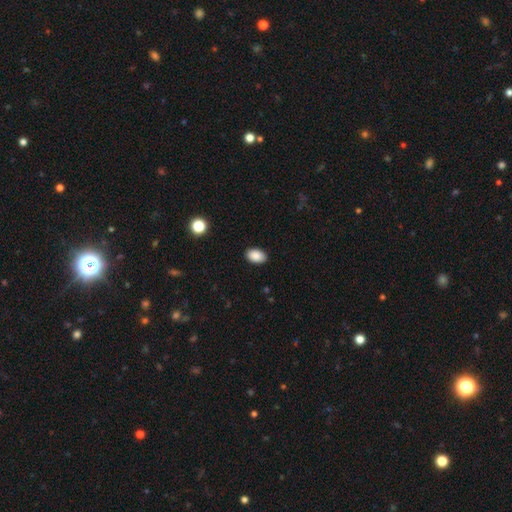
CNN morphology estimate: Q: Smooth or featured?
A: smooth (89%); runner-up: star or artifact (8%)
Q: How rounded?
A: in between (89%); runner-up: round (10%)
Q: Merging?
A: none (89%); runner-up: minor disturbance (8%)